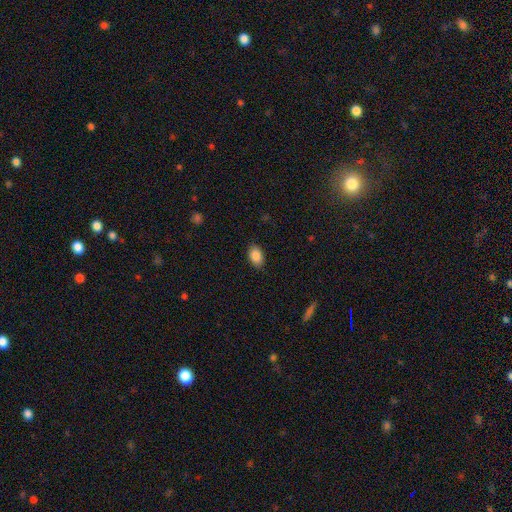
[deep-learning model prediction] smooth 87%, star or artifact 8%, featured or disk 5%. Down the decision tree: how rounded — in between (88%); merging — none (86%).